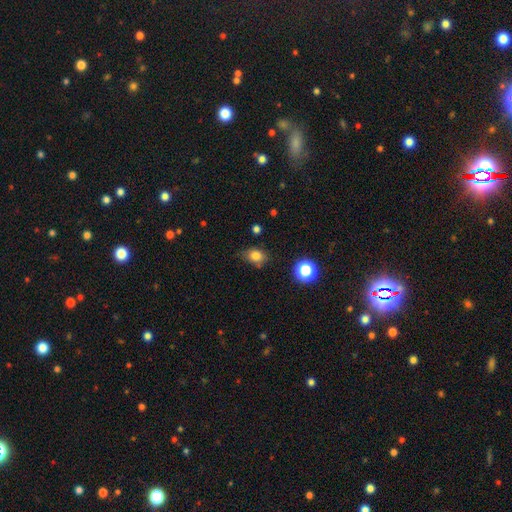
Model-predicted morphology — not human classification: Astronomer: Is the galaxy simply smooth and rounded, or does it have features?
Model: smooth — 81%.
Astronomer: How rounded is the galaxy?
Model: in between — 58% (runner-up: round, 41%).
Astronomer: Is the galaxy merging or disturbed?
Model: none — 67%.